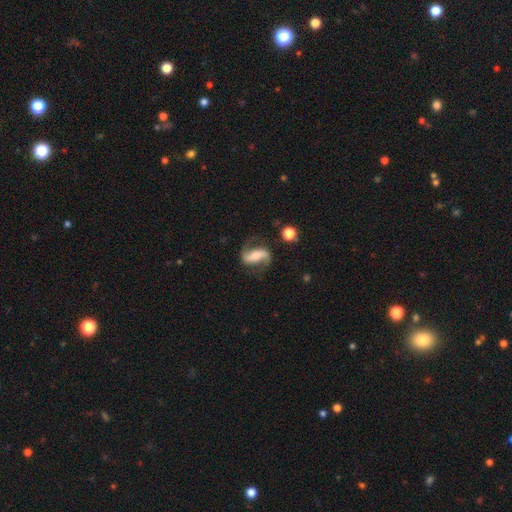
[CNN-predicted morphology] A featured or disk galaxy (82%) with a strong bar (50%), 2 (92%) loose (54%) spiral arms (95%) and a small central bulge (43%). Merging: none (75%).